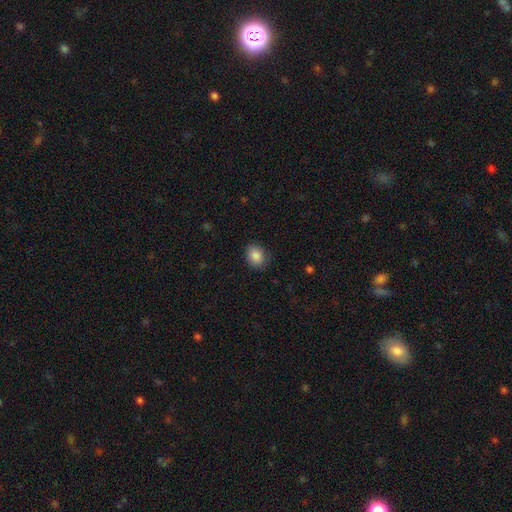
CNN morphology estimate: Smooth or featured? smooth (86%)
How rounded? round (54%)
Merging? none (82%)